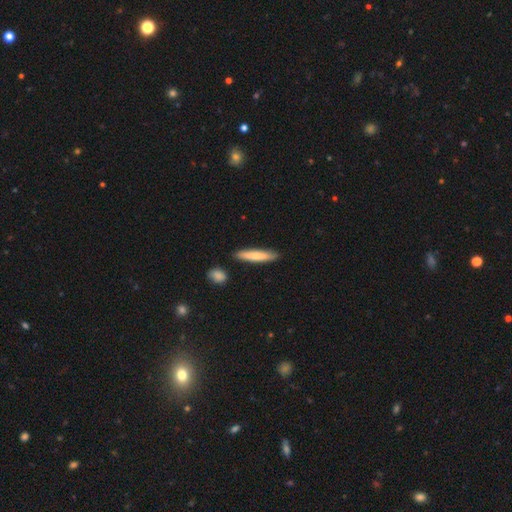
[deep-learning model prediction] Overall: smooth (75%). How rounded: cigar-shaped (89%). Merging: none (87%).